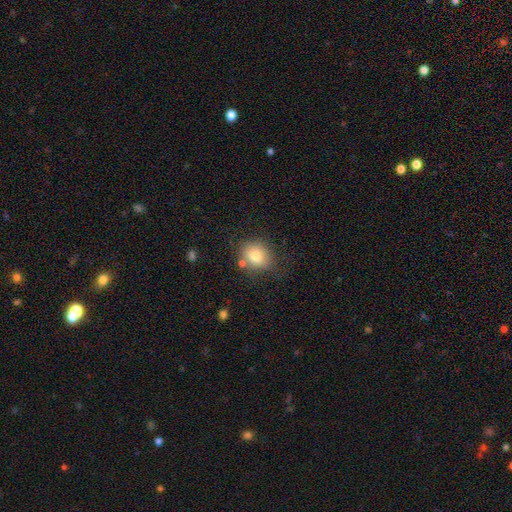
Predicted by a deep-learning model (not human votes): Morphology: type=smooth (75%); roundness=round (64%); merging=none (69%).